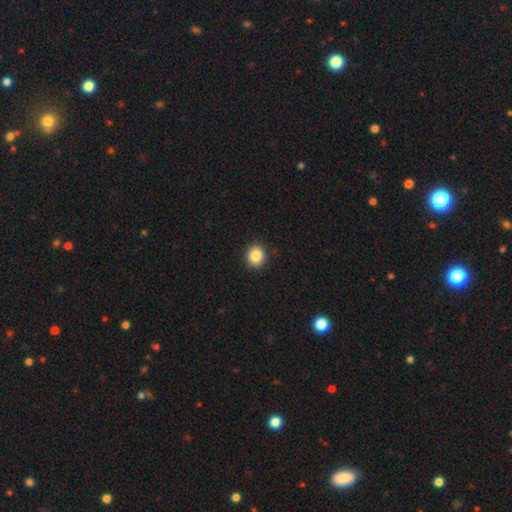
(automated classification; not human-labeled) smooth 86%, star or artifact 9%, featured or disk 5%. Down the decision tree: how rounded — round (75%); merging — none (91%).